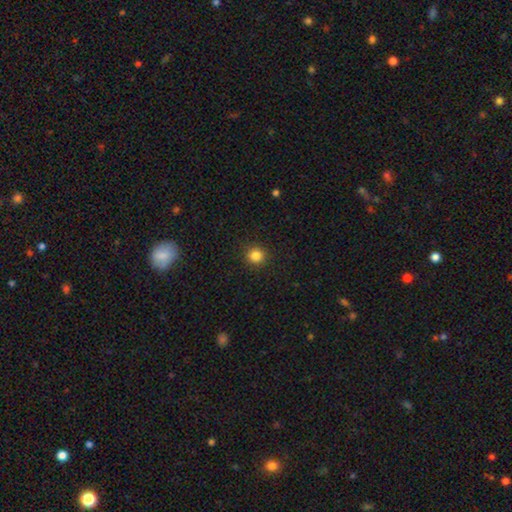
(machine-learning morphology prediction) Smooth or featured? Predicted: smooth (p=0.84). How rounded? Predicted: round (p=0.93). Merging? Predicted: none (p=0.91).